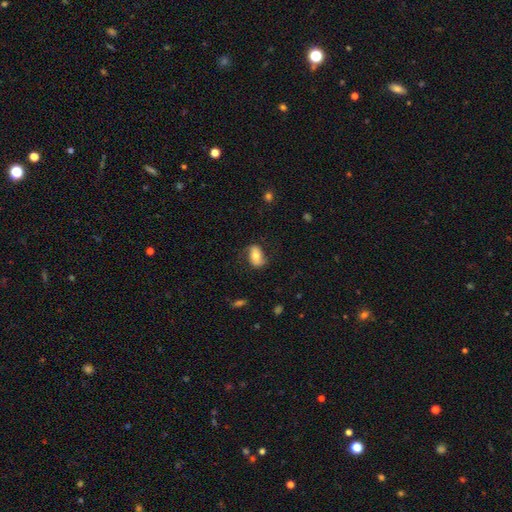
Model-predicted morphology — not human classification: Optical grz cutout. It shows a smooth galaxy with no disk features (54%) that is in between round and cigar-shaped (88%). Merging: none (72%).